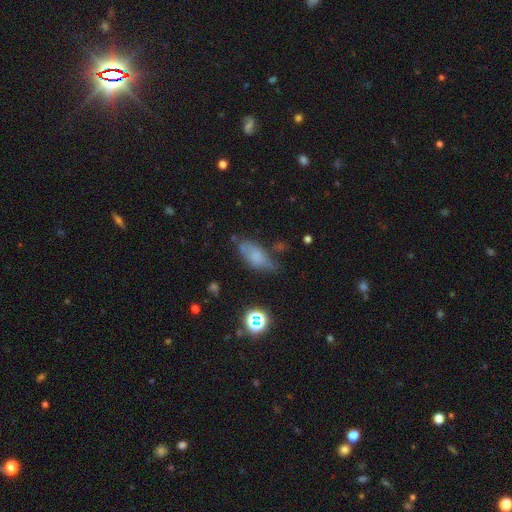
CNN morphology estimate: type=smooth (66%); roundness=in between (81%); merging=none (52%).